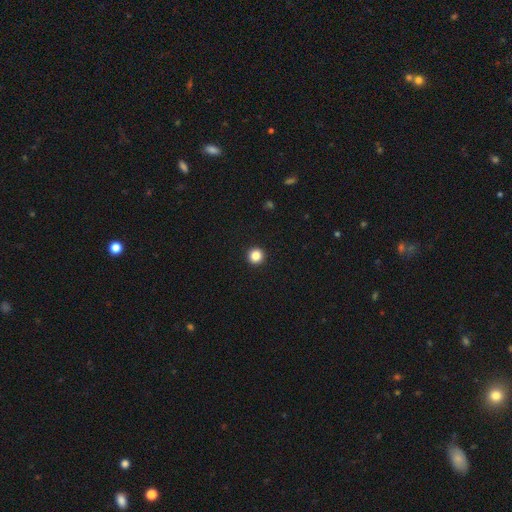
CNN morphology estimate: Smooth or featured: smooth — 85% (star or artifact — 11%)
How rounded: round — 96% (in between — 3%)
Merging: none — 94% (minor disturbance — 4%)